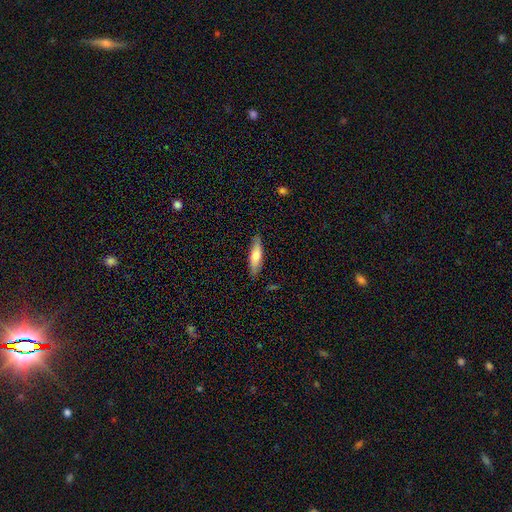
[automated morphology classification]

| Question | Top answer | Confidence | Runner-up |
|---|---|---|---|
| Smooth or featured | smooth | 65% | featured or disk (29%) |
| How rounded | cigar-shaped | 60% | in between (38%) |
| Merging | none | 85% | minor disturbance (12%) |